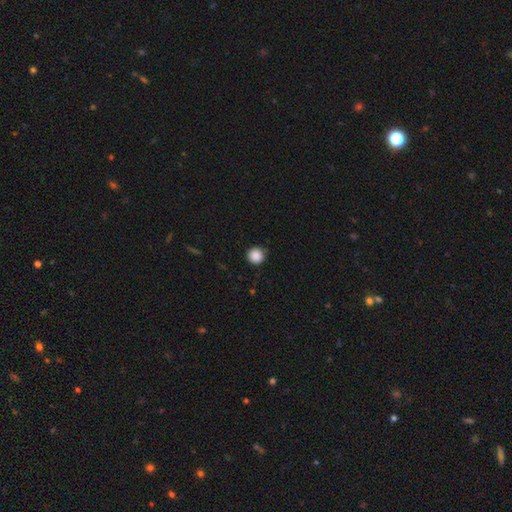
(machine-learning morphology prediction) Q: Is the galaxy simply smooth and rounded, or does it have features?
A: smooth — 88%.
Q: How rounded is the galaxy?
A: round — 96%.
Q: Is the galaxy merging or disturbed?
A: none — 88%.